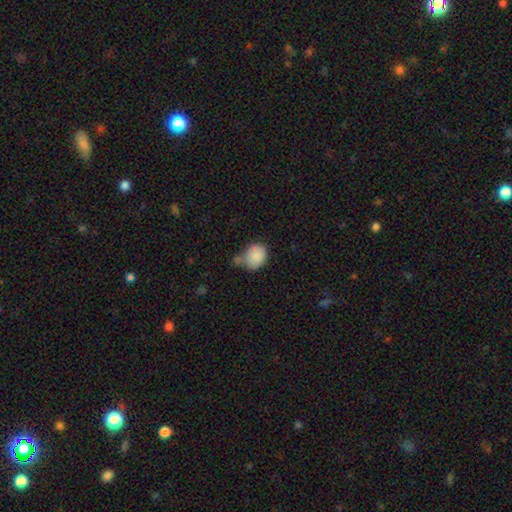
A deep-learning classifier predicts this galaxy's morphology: Smooth or featured: smooth — 84% (star or artifact — 8%)
How rounded: in between — 53% (round — 46%)
Merging: none — 38% (minor disturbance — 32%)